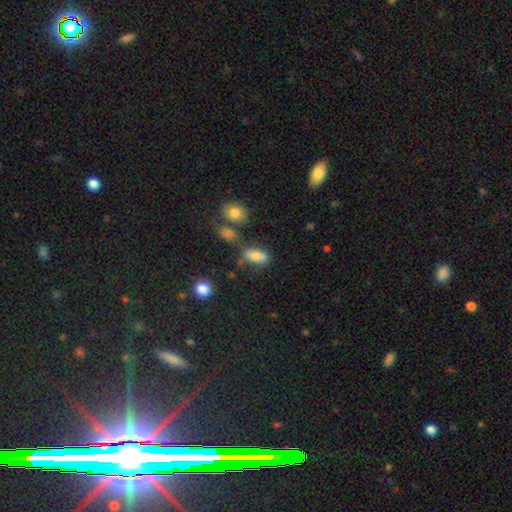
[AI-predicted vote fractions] Smooth or featured: smooth — 72% (featured or disk — 17%)
How rounded: in between — 82% (cigar-shaped — 10%)
Merging: none — 46% (minor disturbance — 23%)